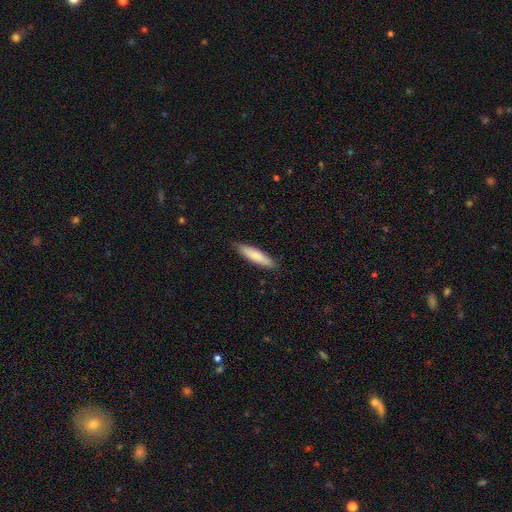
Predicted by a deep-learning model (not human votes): This is clearly a smooth galaxy (81%). How rounded: likely cigar-shaped (80%). Merging: clearly none (87%).